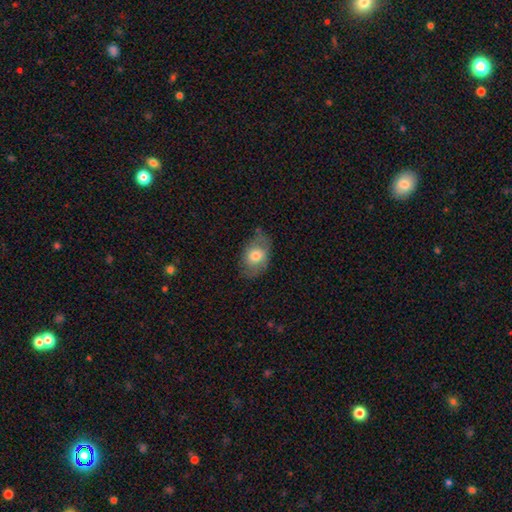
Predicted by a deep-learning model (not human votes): smooth-or-featured: smooth: 65% | featured or disk: 28% | star or artifact: 7%
  how-rounded: in between: 81% | round: 18% | cigar-shaped: 1%
  merging: none: 65% | minor disturbance: 25% | major disturbance: 8% | merger: 2%